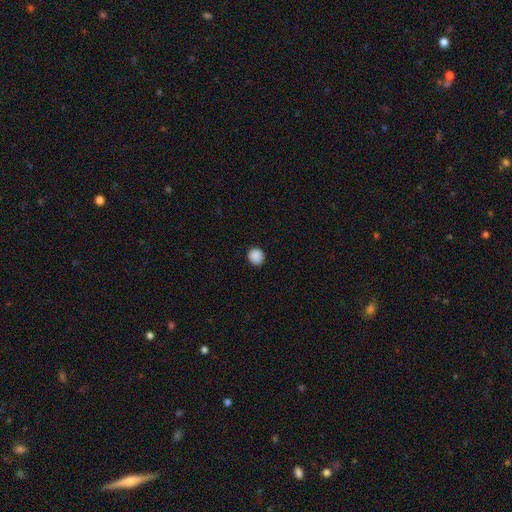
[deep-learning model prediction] A smooth galaxy with no disk features (88%) that is round (90%).

Vote fractions:
- Smooth or featured? smooth: 88% / star or artifact: 9% / featured or disk: 2%
- How rounded? round: 90% / in between: 9% / cigar-shaped: 1%
- Merging? none: 89% / minor disturbance: 8% / major disturbance: 2% / merger: 1%